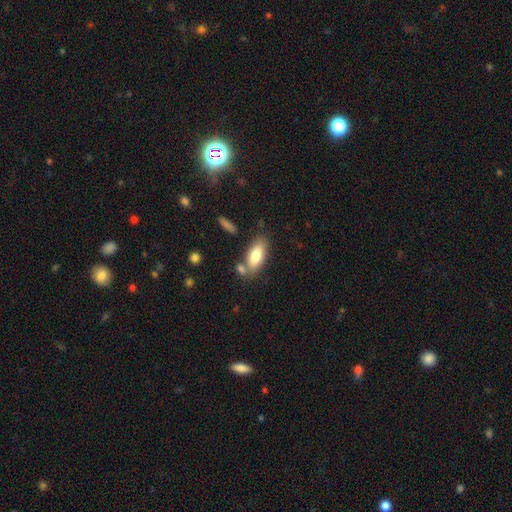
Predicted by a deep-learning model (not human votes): Overall: smooth (79%). How rounded: in between (82%). Merging: none (66%).